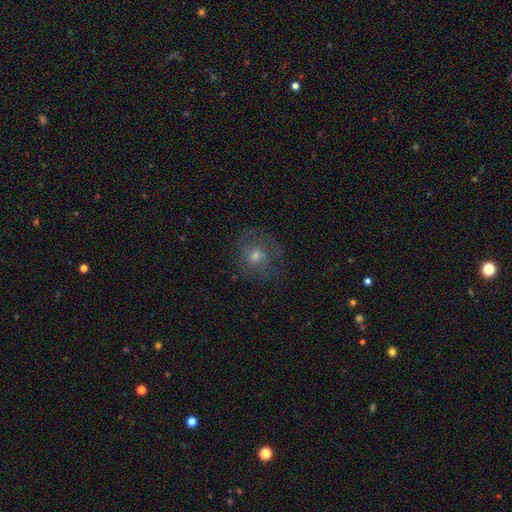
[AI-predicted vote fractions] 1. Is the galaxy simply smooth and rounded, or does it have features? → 45% smooth, 38% featured or disk, 17% star or artifact.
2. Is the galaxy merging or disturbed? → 68% none, 18% minor disturbance, 13% major disturbance, 1% merger.